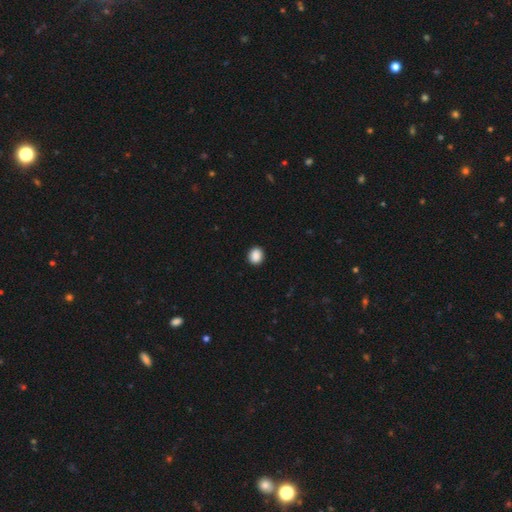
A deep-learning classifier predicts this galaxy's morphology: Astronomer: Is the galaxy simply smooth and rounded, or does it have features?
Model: smooth — 89%.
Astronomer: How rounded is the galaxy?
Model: round — 76%.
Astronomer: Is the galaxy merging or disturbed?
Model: none — 92%.